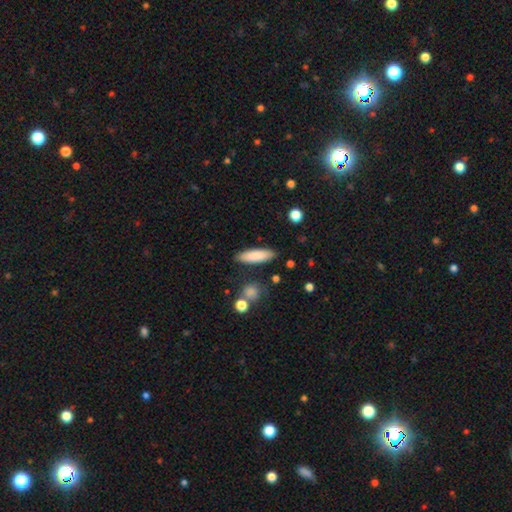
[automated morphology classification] Overall: smooth (85%). How rounded: cigar-shaped (56%; in between 42%). Merging: none (85%).